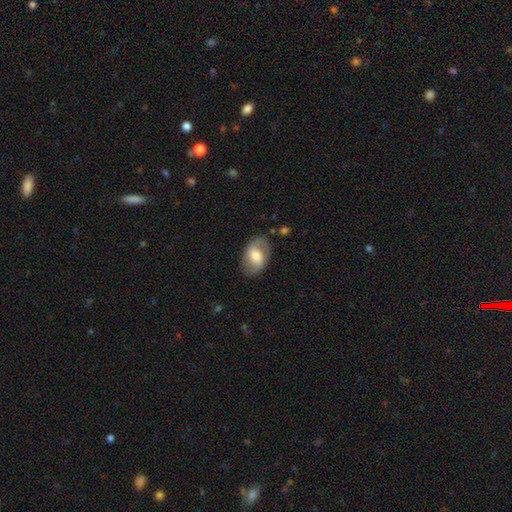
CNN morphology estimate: smooth-or-featured: smooth: 49% | featured or disk: 45% | star or artifact: 6%
  merging: none: 77% | minor disturbance: 16% | major disturbance: 6% | merger: 2%